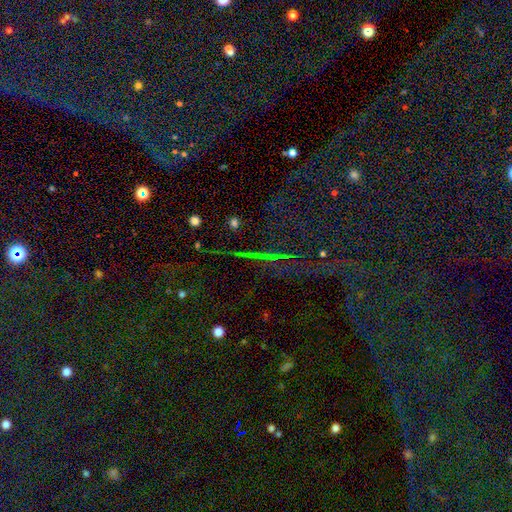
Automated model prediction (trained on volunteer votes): Smooth or featured: star or artifact — 66% (featured or disk — 21%)